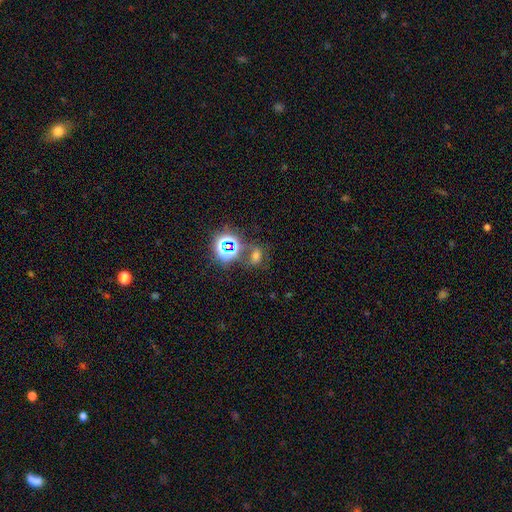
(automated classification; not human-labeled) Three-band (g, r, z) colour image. It shows a smooth galaxy with no disk features (45%). Merging: none (57%).